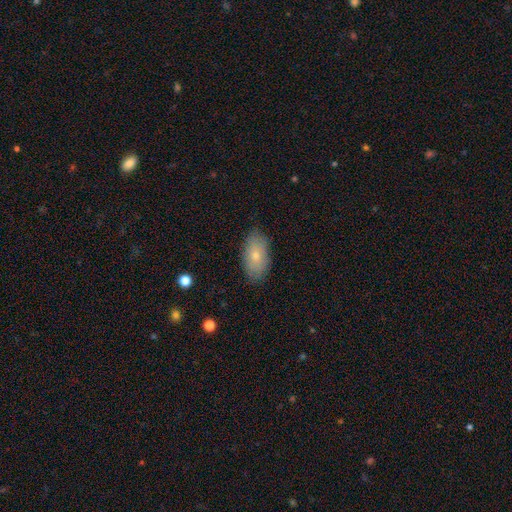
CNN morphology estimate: Smooth or featured: smooth — 75% (featured or disk — 18%)
How rounded: in between — 93% (round — 5%)
Merging: none — 84% (minor disturbance — 12%)